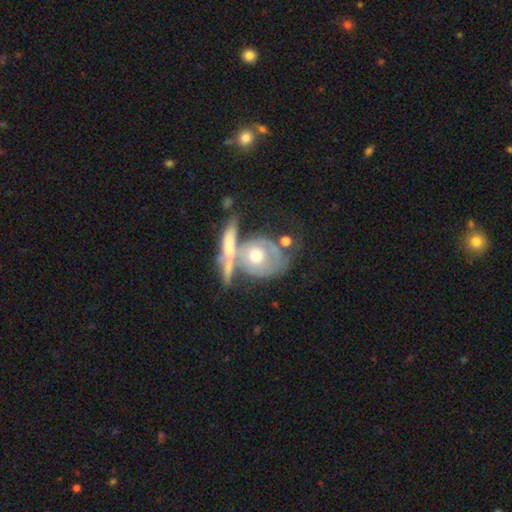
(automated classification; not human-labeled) smooth_or_featured: featured or disk (p=0.56) [alt: smooth p=0.37]
disk_edge_on: no (p=0.85) [alt: yes p=0.15]
merging: merger (p=0.43) [alt: none p=0.30]